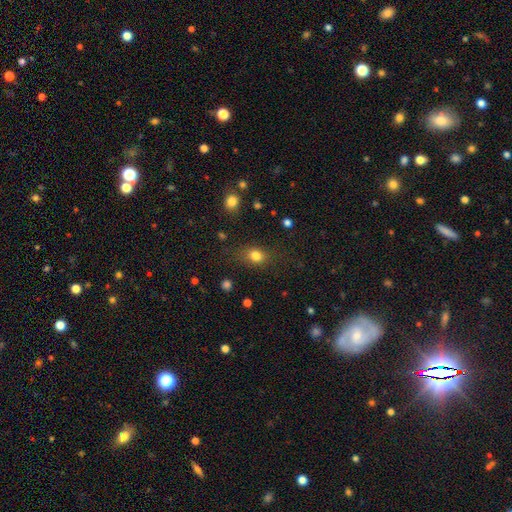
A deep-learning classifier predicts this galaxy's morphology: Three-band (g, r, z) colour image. It shows a smooth galaxy with no disk features (79%) that is round (50%). Merging: none (75%).